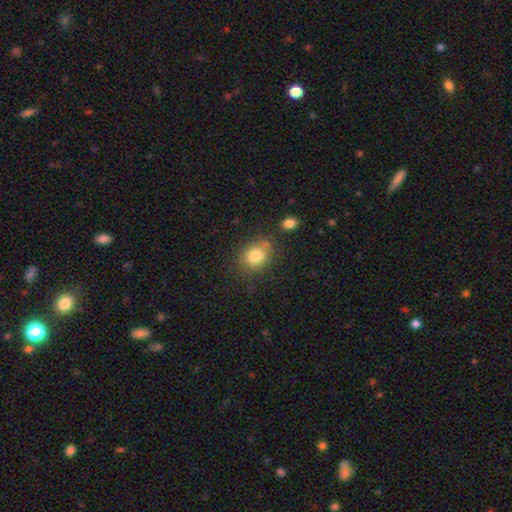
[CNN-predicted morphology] Smooth or featured? smooth (81%)
How rounded? in between (58%)
Merging? none (71%)